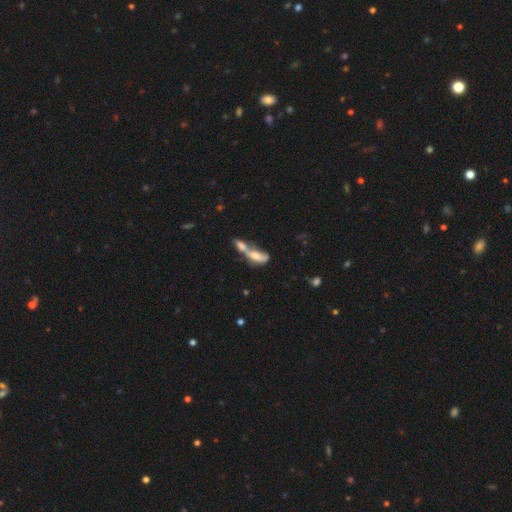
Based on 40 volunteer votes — smooth 68%, featured or disk 28%, star or artifact 5%. Down the decision tree: how rounded — in between (85%); merging — merger (84%).